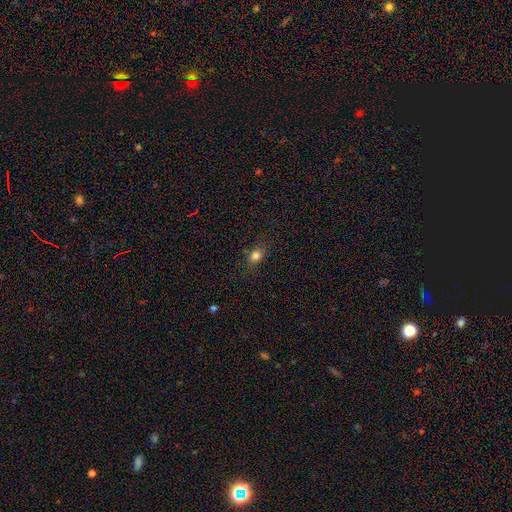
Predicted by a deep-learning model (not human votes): Q: Smooth or featured?
A: smooth (80%); runner-up: star or artifact (13%)
Q: How rounded?
A: in between (54%); runner-up: round (44%)
Q: Merging?
A: none (79%); runner-up: minor disturbance (15%)